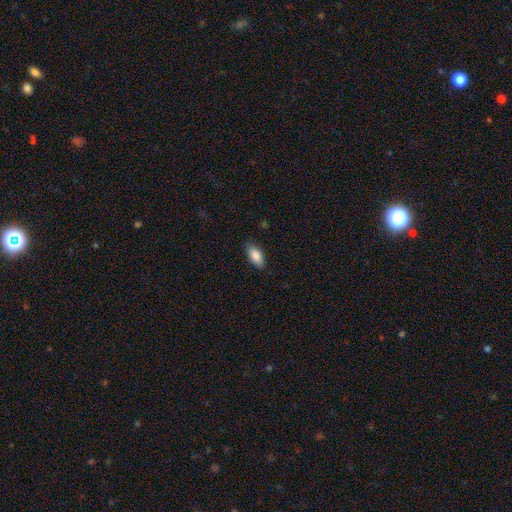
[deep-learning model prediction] The model was most divided on "merging": none: 84%, minor disturbance: 12%, major disturbance: 3%, merger: 1%. More confident: how rounded — in between (91%); smooth or featured — smooth (87%).